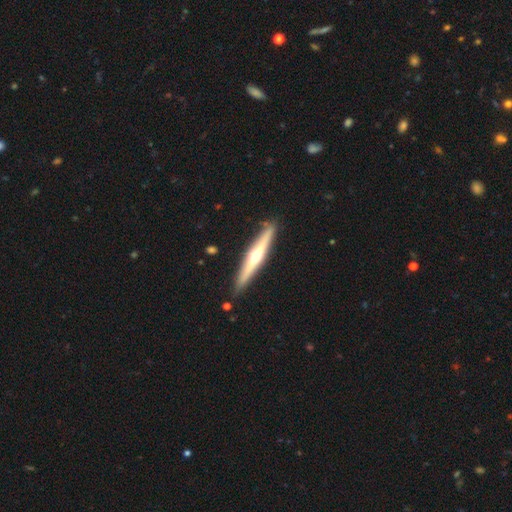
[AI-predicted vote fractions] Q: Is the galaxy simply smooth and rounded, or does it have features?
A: featured or disk — 67%.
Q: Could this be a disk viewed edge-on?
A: yes — 96%.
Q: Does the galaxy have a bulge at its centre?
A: rounded — 91%.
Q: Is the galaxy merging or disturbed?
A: none — 88%.